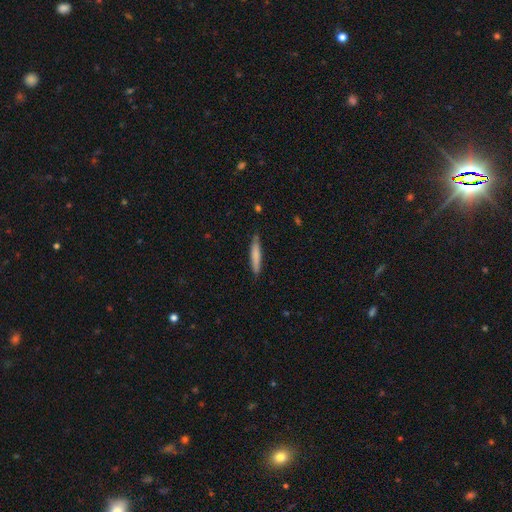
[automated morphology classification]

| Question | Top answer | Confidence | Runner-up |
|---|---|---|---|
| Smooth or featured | smooth | 75% | featured or disk (19%) |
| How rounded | cigar-shaped | 91% | in between (7%) |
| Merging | none | 84% | minor disturbance (13%) |